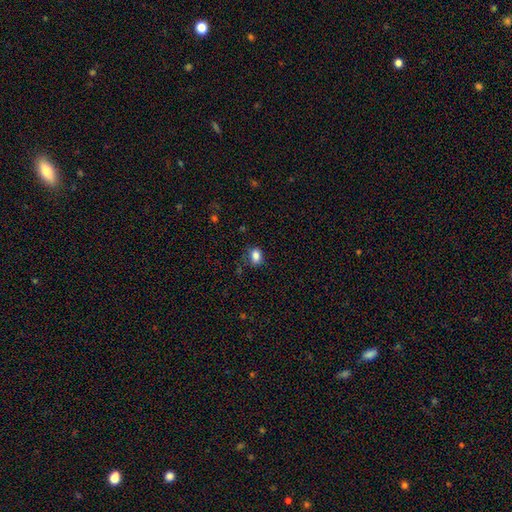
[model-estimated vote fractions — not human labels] A smooth galaxy with no disk features (85%) that is in between round and cigar-shaped (72%).

Vote fractions:
- Smooth or featured? smooth: 85% / star or artifact: 10% / featured or disk: 5%
- How rounded? in between: 72% / round: 27% / cigar-shaped: 1%
- Merging? none: 73% / minor disturbance: 19% / major disturbance: 5% / merger: 2%